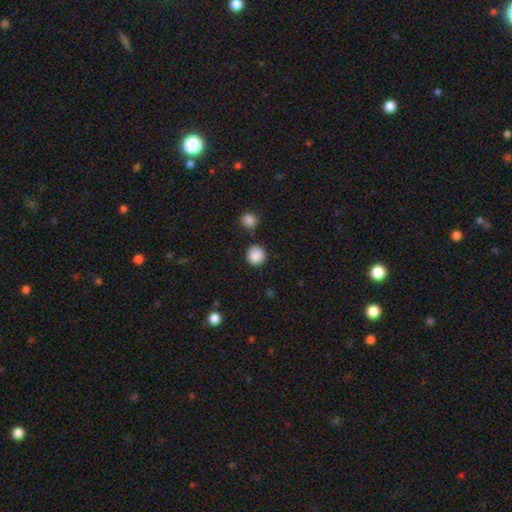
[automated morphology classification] Smooth or featured? Predicted: smooth (p=0.88). How rounded? Predicted: round (p=0.91). Merging? Predicted: none (p=0.84).